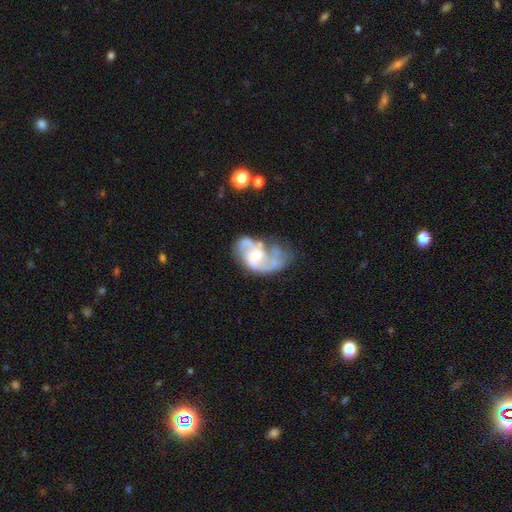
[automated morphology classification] featured or disk 84%, smooth 10%, star or artifact 6%. Down the decision tree: edge-on disk — no (97%); bar — no (56%); spiral arms — yes (92%); spiral arm count — 2 (76%); spiral winding — medium (50%); bulge size — moderate (56%); merging — none (41%).